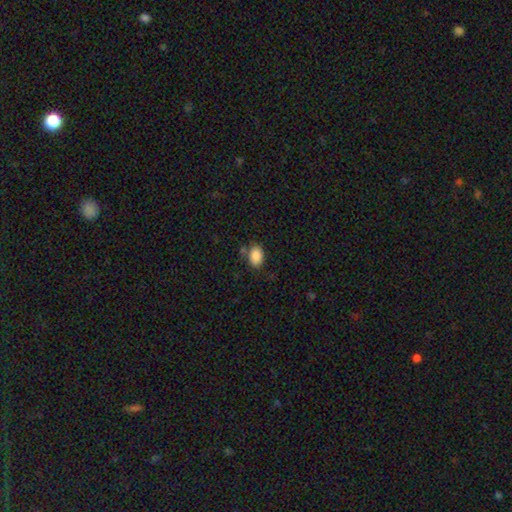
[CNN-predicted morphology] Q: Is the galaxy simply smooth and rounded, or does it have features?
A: smooth — 88%.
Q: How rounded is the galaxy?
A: in between — 82%.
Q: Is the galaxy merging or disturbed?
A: none — 72%.